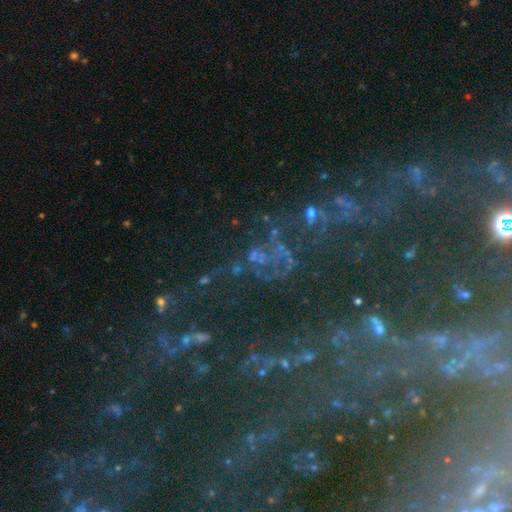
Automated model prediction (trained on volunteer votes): smooth_or_featured: star or artifact (p=0.60) [alt: featured or disk p=0.25]